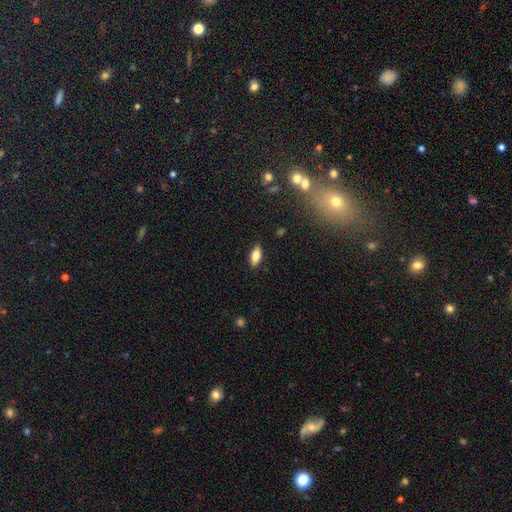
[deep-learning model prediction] A smooth galaxy with no disk features (78%) that is in between round and cigar-shaped (85%).

Vote fractions:
- Smooth or featured? smooth: 78% / featured or disk: 13% / star or artifact: 8%
- How rounded? in between: 85% / cigar-shaped: 12% / round: 3%
- Merging? none: 87% / minor disturbance: 10% / major disturbance: 2% / merger: 1%